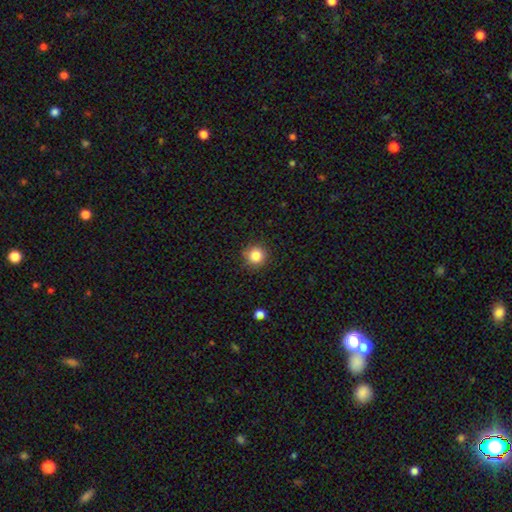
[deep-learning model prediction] This is clearly a smooth galaxy (84%). How rounded: clearly round (95%). Merging: clearly none (90%).